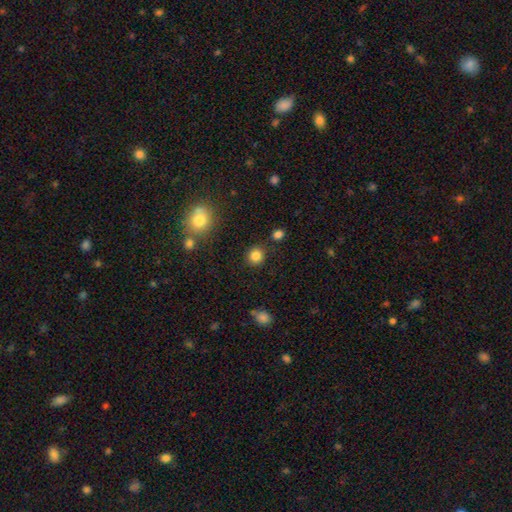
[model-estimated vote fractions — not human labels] Smooth or featured?
  - smooth: 84% *
  - star or artifact: 11%
  - featured or disk: 5%
How rounded?
  - round: 85% *
  - in between: 14%
  - cigar-shaped: 1%
Merging?
  - none: 86% *
  - minor disturbance: 8%
  - merger: 3%
  - major disturbance: 3%